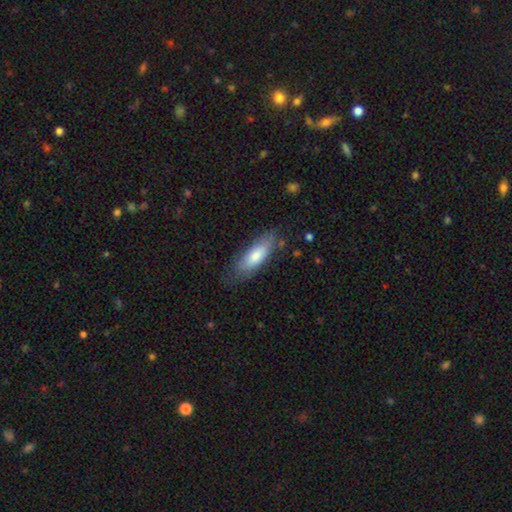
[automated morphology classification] This appears to be a smooth galaxy with no disk features (74%) that is in between round and cigar-shaped (60%). Merging: none (73%).